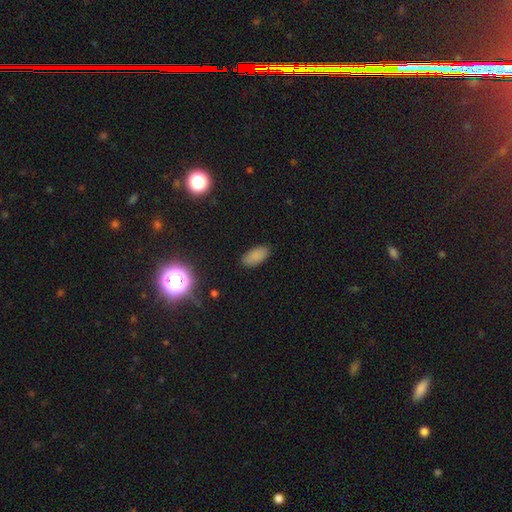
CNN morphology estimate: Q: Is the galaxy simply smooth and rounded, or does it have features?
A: smooth — 85%.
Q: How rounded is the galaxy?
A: in between — 93%.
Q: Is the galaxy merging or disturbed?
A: none — 86%.